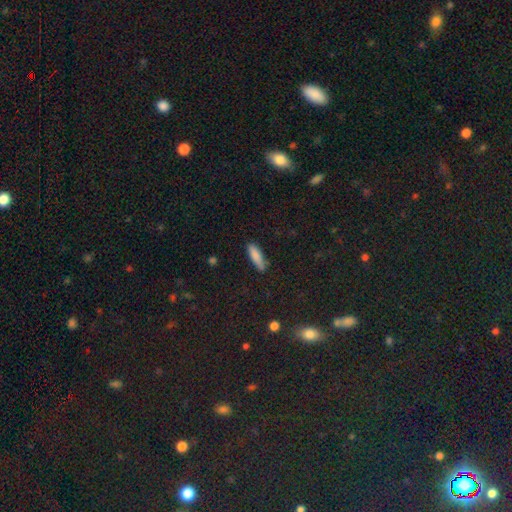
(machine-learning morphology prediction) Smooth or featured? smooth (84%)
How rounded? cigar-shaped (64%)
Merging? none (82%)